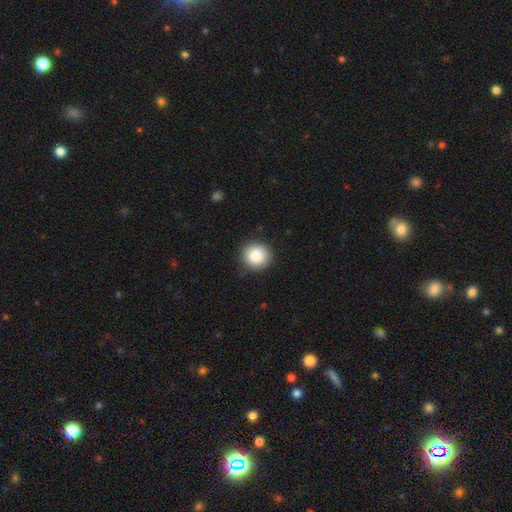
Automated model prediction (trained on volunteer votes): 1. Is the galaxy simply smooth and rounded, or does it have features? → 86% smooth, 8% star or artifact, 5% featured or disk.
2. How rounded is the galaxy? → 91% round, 8% in between, 1% cigar-shaped.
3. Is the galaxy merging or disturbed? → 87% none, 10% minor disturbance, 2% major disturbance, 1% merger.